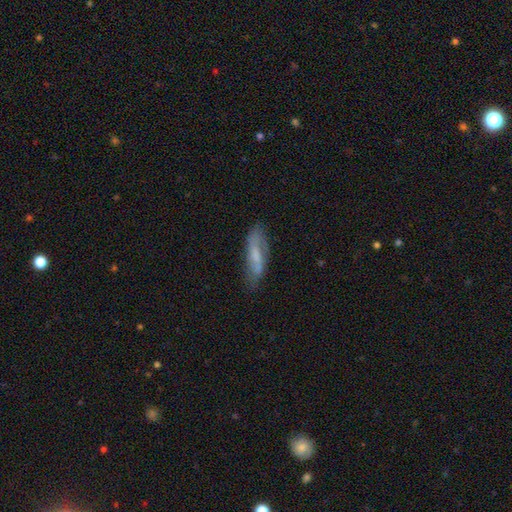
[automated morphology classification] Smooth or featured?
  - smooth: 49% *
  - featured or disk: 43%
  - star or artifact: 8%
Merging?
  - none: 67% *
  - minor disturbance: 24%
  - major disturbance: 8%
  - merger: 2%